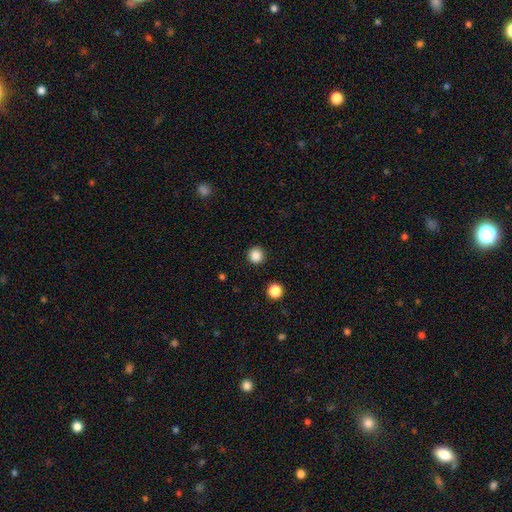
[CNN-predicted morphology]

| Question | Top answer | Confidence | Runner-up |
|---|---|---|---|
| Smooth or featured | smooth | 86% | star or artifact (11%) |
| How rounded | round | 95% | in between (4%) |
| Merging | none | 92% | minor disturbance (5%) |